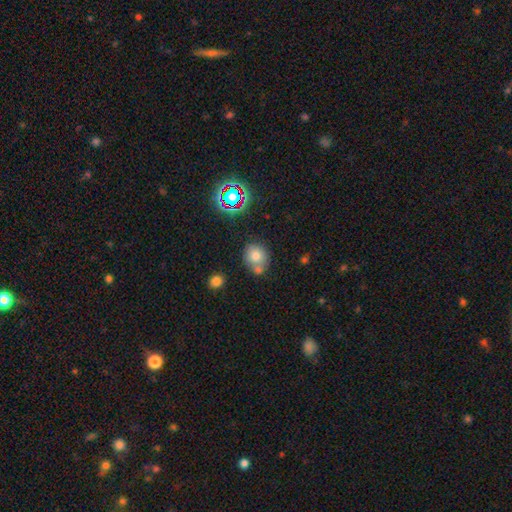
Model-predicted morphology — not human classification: smooth_or_featured: smooth (p=0.71) [alt: star or artifact p=0.15]
how_rounded: round (p=0.76) [alt: in between p=0.23]
merging: none (p=0.54) [alt: merger p=0.29]